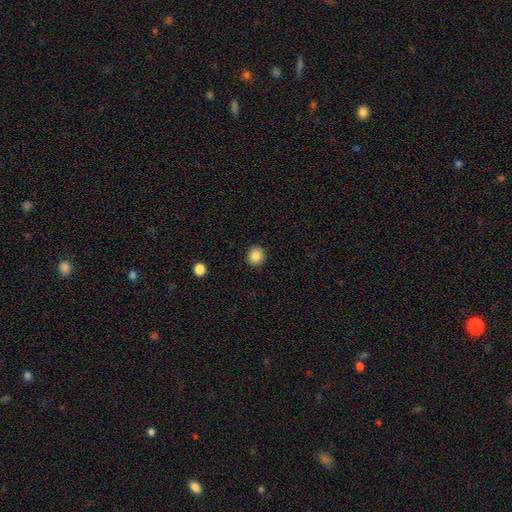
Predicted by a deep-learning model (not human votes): Overall: smooth (87%). How rounded: round (87%). Merging: none (92%).